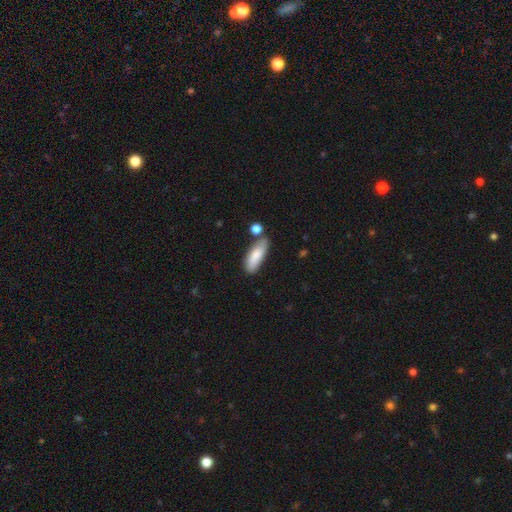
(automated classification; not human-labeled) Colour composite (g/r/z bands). It shows a smooth galaxy with no disk features (80%) that is in between round and cigar-shaped (61%). Merging: none (66%).